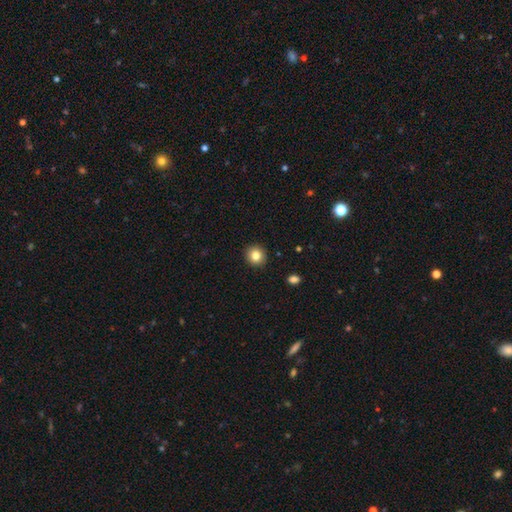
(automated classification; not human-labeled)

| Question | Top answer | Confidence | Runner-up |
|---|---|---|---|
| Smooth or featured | smooth | 83% | star or artifact (10%) |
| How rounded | round | 90% | in between (9%) |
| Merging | none | 92% | minor disturbance (5%) |